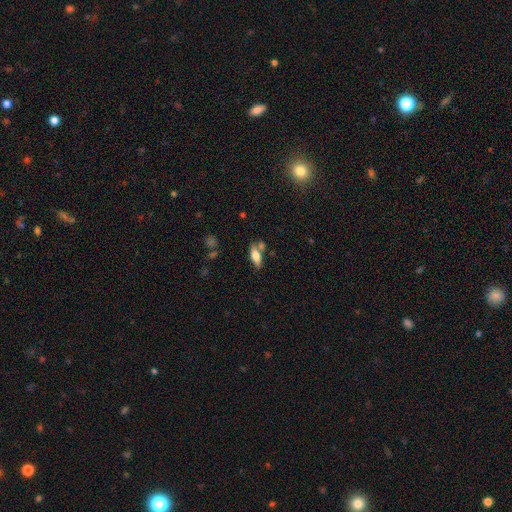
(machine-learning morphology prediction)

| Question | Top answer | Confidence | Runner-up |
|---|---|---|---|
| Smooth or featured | smooth | 66% | featured or disk (27%) |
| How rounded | in between | 71% | cigar-shaped (26%) |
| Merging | none | 63% | merger (16%) |